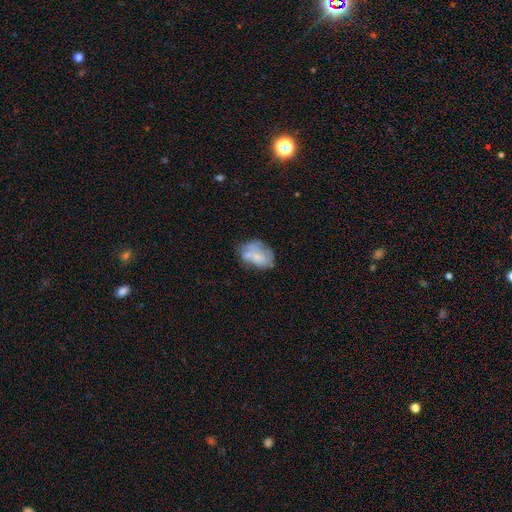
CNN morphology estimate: Smooth or featured?
  - smooth: 55% *
  - featured or disk: 36%
  - star or artifact: 9%
How rounded?
  - in between: 79% *
  - round: 20%
  - cigar-shaped: 1%
Merging?
  - none: 42% *
  - minor disturbance: 28%
  - major disturbance: 16%
  - merger: 13%